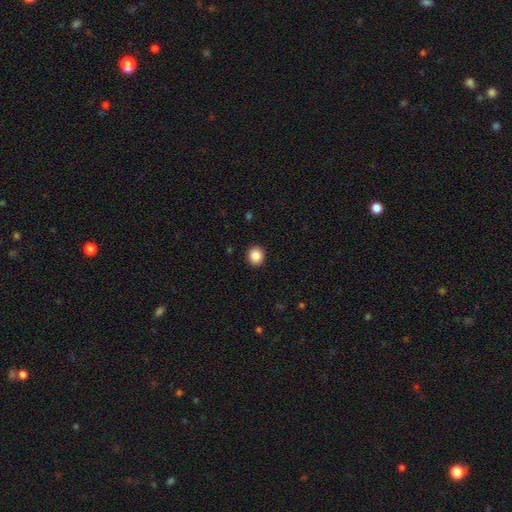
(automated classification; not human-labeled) Smooth or featured?
  - smooth: 87% *
  - star or artifact: 9%
  - featured or disk: 4%
How rounded?
  - round: 81% *
  - in between: 18%
  - cigar-shaped: 1%
Merging?
  - none: 92% *
  - minor disturbance: 5%
  - major disturbance: 2%
  - merger: 1%